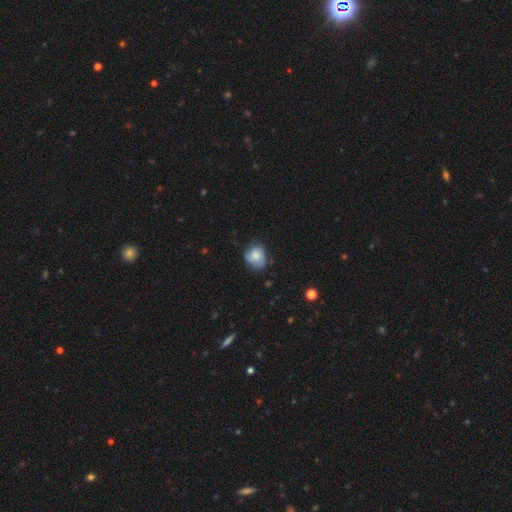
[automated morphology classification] Overall: smooth (68%). How rounded: round (60%; in between 39%). Merging: none (50%; minor disturbance 35%).